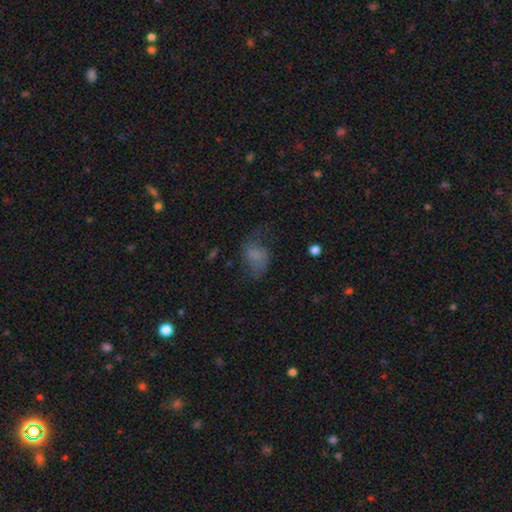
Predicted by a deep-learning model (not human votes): Smooth or featured: smooth — 59% (featured or disk — 27%)
How rounded: in between — 78% (round — 20%)
Merging: none — 42% (major disturbance — 29%)